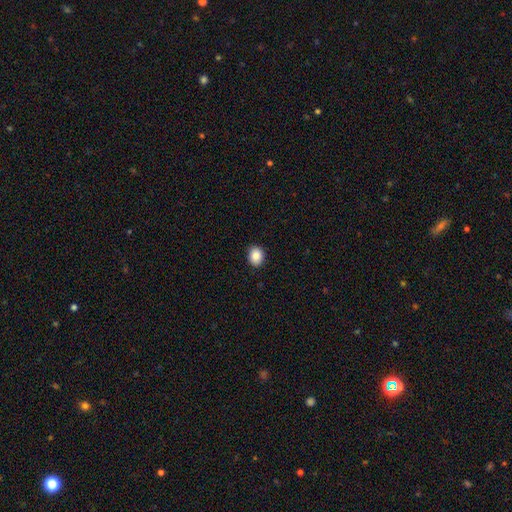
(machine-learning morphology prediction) type=smooth (86%); roundness=round (53%); merging=none (91%).